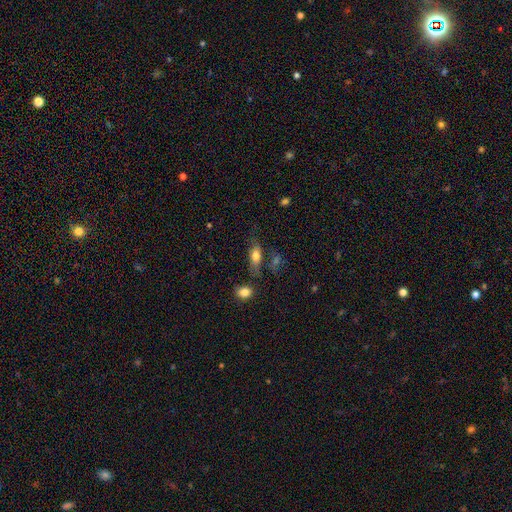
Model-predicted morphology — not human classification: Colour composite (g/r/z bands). It shows a smooth galaxy with no disk features (70%) that is in between round and cigar-shaped (74%). Merging: none (58%).